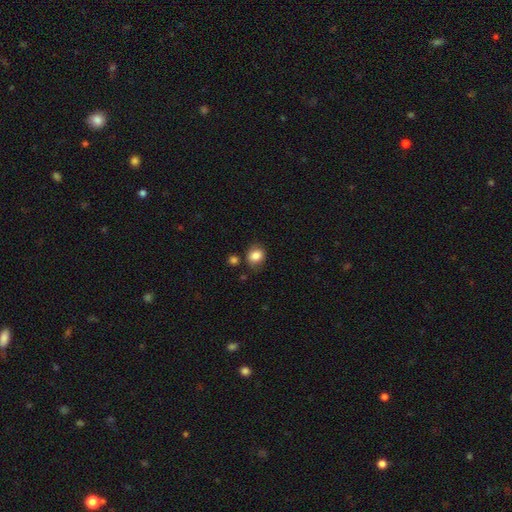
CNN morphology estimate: Smooth or featured?
  - smooth: 83% *
  - star or artifact: 9%
  - featured or disk: 7%
How rounded?
  - round: 62% *
  - in between: 37%
  - cigar-shaped: 1%
Merging?
  - none: 75% *
  - minor disturbance: 16%
  - merger: 5%
  - major disturbance: 4%